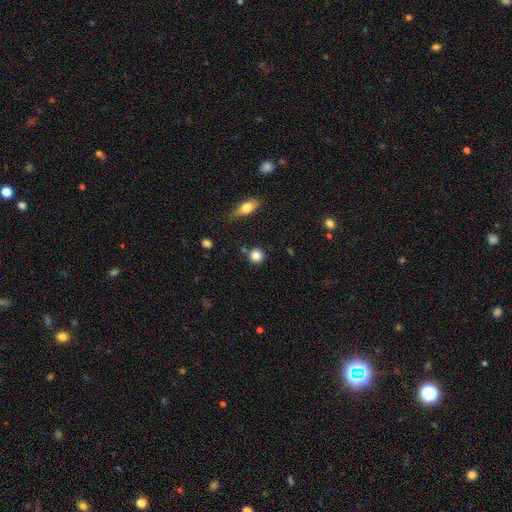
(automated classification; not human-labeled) smooth_or_featured: smooth (p=0.84) [alt: star or artifact p=0.10]
how_rounded: round (p=0.91) [alt: in between p=0.08]
merging: none (p=0.82) [alt: minor disturbance p=0.09]